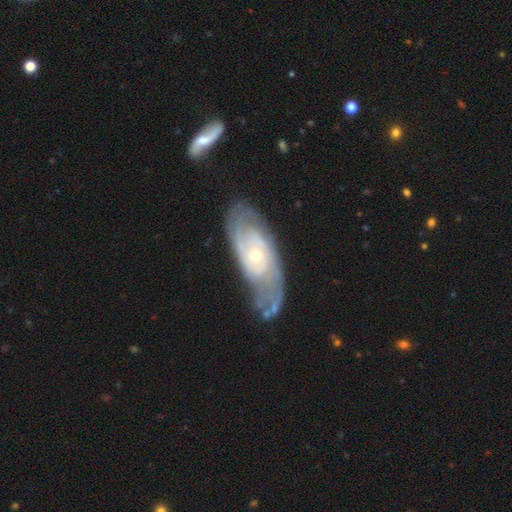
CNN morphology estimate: Smooth or featured?
  - featured or disk: 82% *
  - smooth: 12%
  - star or artifact: 6%
Edge-on disk?
  - no: 91% *
  - yes: 9%
Bar?
  - no: 72% *
  - weak: 23%
  - strong: 6%
Spiral arms?
  - yes: 90% *
  - no: 10%
Spiral winding?
  - tight: 61% *
  - medium: 29%
  - loose: 9%
Spiral arm count?
  - 2: 40% *
  - can't tell: 38%
  - 3: 9%
  - 4: 5%
  - 1: 4%
  - more than 4: 4%
Bulge size?
  - small: 63% *
  - moderate: 34%
  - large: 2%
  - none: 1%
  - dominant: 1%
Merging?
  - none: 64% *
  - minor disturbance: 22%
  - major disturbance: 10%
  - merger: 4%